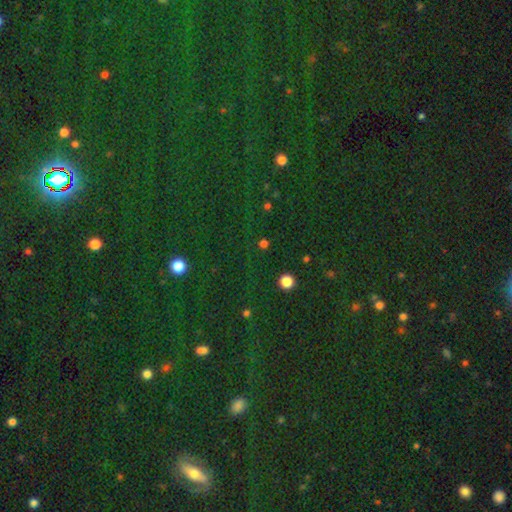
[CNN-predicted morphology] A star or artifact, not a galaxy (78%).